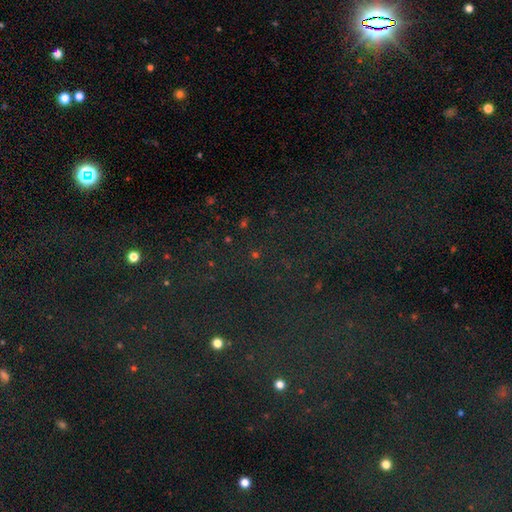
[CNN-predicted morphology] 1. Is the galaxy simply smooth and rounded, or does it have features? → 79% star or artifact, 12% smooth, 9% featured or disk.